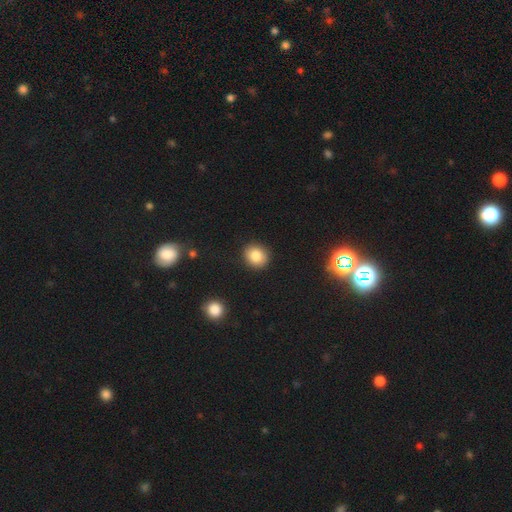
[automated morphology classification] This is clearly a smooth galaxy (84%). How rounded: likely round (74%). Merging: clearly none (89%).